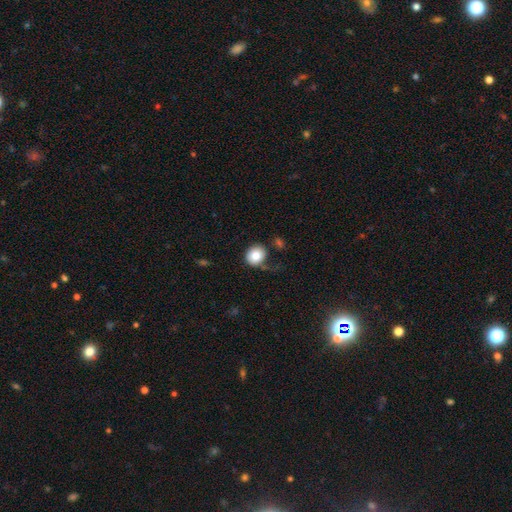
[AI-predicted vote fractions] A smooth galaxy with no disk features (82%) that is round (73%). Merging: none (67%).